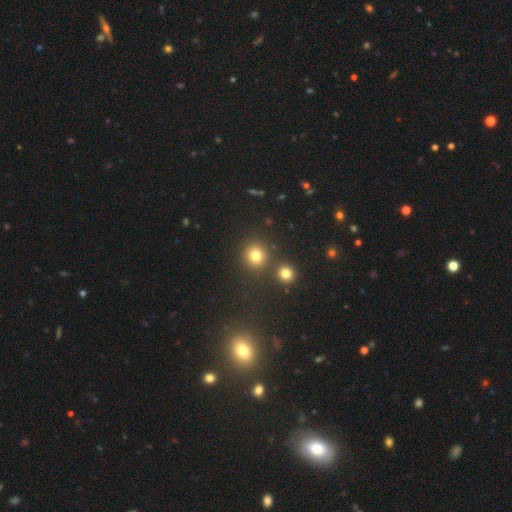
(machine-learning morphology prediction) smooth 78%, star or artifact 16%, featured or disk 6%. Down the decision tree: how rounded — round (91%); merging — none (81%).